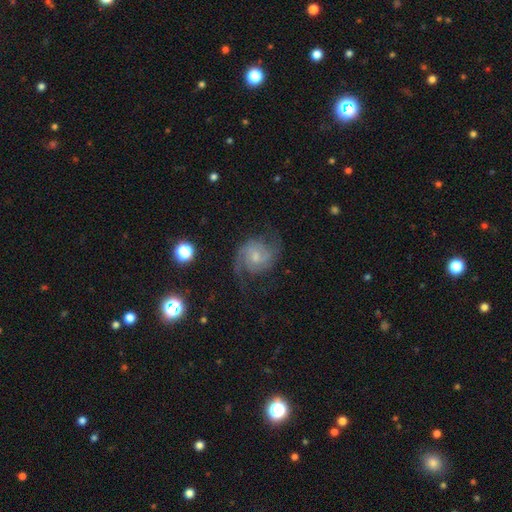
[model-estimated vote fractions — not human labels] Smooth or featured: featured or disk — 83% (smooth — 10%)
Edge-on disk: no — 98% (yes — 2%)
Bar: no — 53% (weak — 41%)
Spiral arms: yes — 96% (no — 4%)
Spiral winding: medium — 50% (loose — 26%)
Spiral arm count: 2 — 81% (can't tell — 7%)
Bulge size: small — 48% (moderate — 38%)
Merging: none — 66% (minor disturbance — 18%)